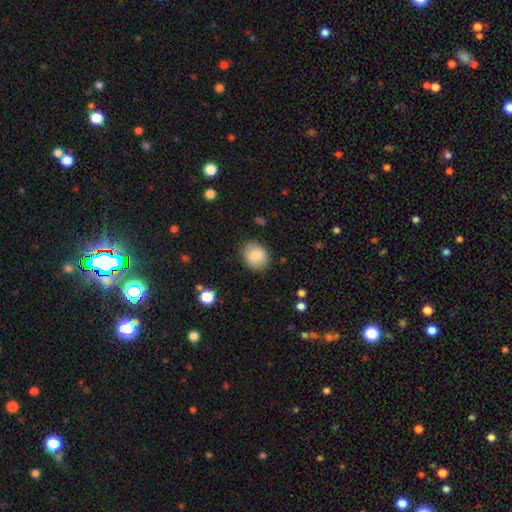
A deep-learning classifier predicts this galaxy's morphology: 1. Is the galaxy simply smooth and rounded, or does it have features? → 81% smooth, 11% featured or disk, 8% star or artifact.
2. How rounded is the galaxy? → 51% round, 48% in between, 1% cigar-shaped.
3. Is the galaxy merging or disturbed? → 84% none, 12% minor disturbance, 3% major disturbance, 1% merger.